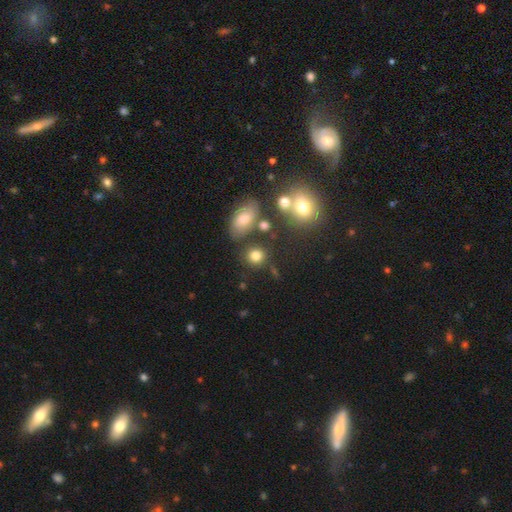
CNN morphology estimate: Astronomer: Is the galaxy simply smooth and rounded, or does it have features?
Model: smooth — 80%.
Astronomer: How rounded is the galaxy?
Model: round — 80%.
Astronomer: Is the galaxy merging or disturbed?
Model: none — 74%.